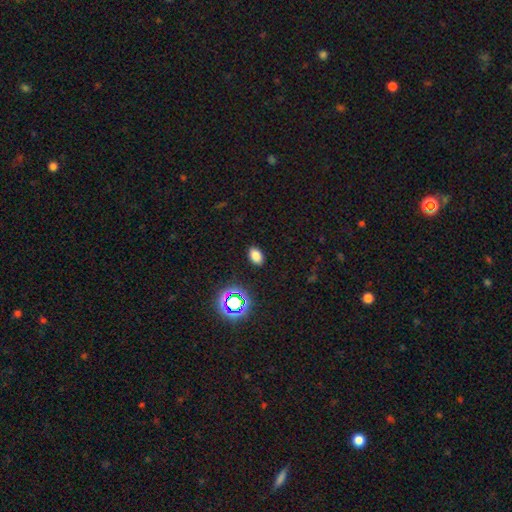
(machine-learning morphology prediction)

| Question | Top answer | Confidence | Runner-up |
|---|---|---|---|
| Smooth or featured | smooth | 78% | star or artifact (17%) |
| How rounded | in between | 87% | round (12%) |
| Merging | none | 88% | minor disturbance (8%) |